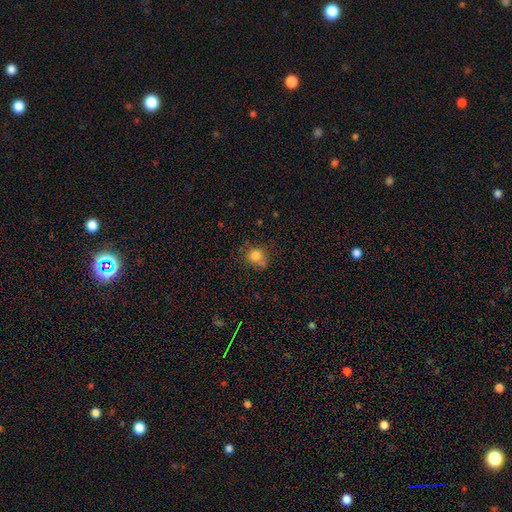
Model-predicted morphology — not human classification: Smooth or featured? smooth (80%)
How rounded? round (82%)
Merging? none (63%)